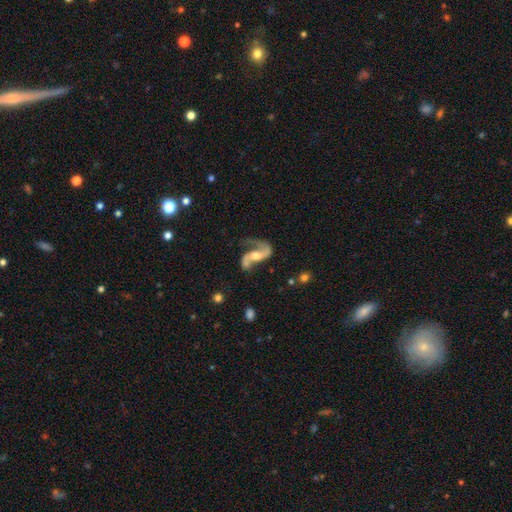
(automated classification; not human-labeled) Overall: featured or disk (86%). Edge-on disk: no (96%). Bar: no (40%; weak 37%). Spiral arms: yes (95%). Spiral arm count: 2 (85%). Spiral winding: loose (66%; medium 28%). Bulge size: moderate (57%; small 26%). Merging: none (46%; major disturbance 26%).